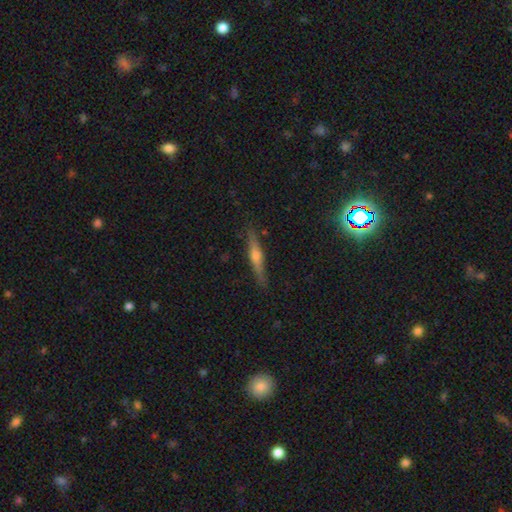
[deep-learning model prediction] Smooth or featured: featured or disk — 63% (smooth — 30%)
Edge-on disk: yes — 96% (no — 4%)
Edge-on bulge: rounded — 88% (none — 7%)
Merging: none — 88% (minor disturbance — 9%)